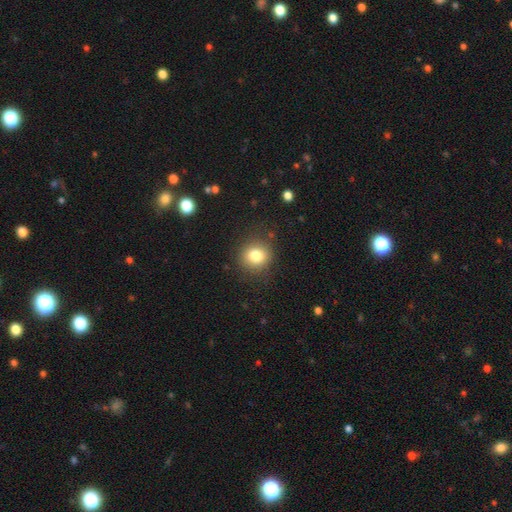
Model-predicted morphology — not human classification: A smooth galaxy with no disk features (80%) that is round (87%).

Vote fractions:
- Smooth or featured? smooth: 80% / star or artifact: 11% / featured or disk: 9%
- How rounded? round: 87% / in between: 12% / cigar-shaped: 1%
- Merging? none: 86% / minor disturbance: 9% / major disturbance: 3% / merger: 1%